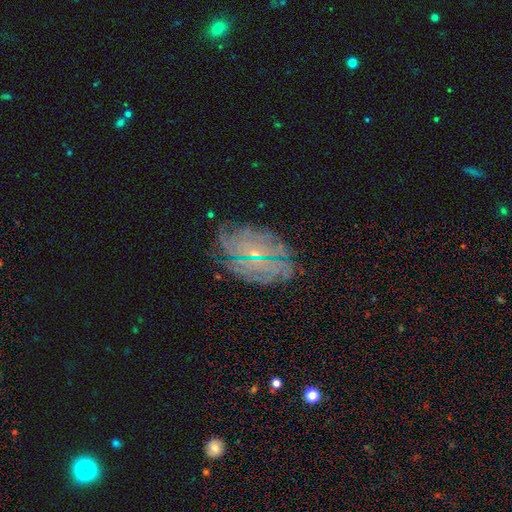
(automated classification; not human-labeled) This appears to be a featured or disk galaxy (65%) with no bar (50%), tight (66%) spiral arms (88%) and a small central bulge (81%). Merging: none (80%).